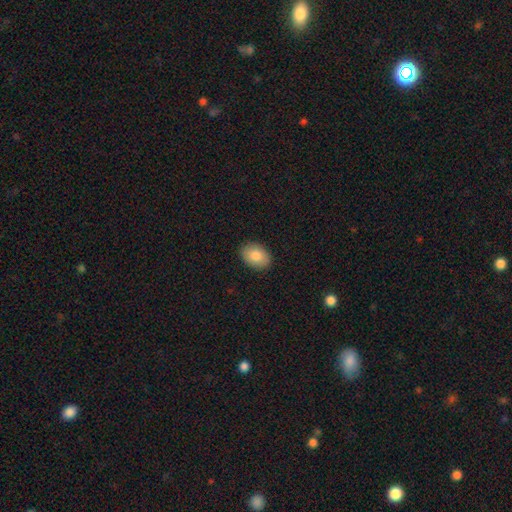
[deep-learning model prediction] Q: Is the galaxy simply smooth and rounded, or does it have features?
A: smooth — 85%.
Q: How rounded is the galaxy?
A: in between — 81%.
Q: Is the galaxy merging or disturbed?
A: none — 89%.